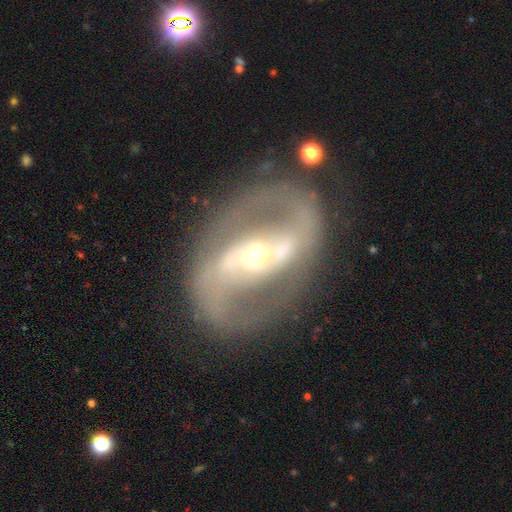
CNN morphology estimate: This is clearly a featured or disk galaxy (87%). It is clearly not viewed edge-on (95%). Bar: possibly strong (56%). Spiral arm pattern: clearly yes (83%). Spiral arm count: clearly 2 (90%). Spiral winding: possibly medium (49%). Central bulge: possibly moderate (51%). Merging: likely none (80%).